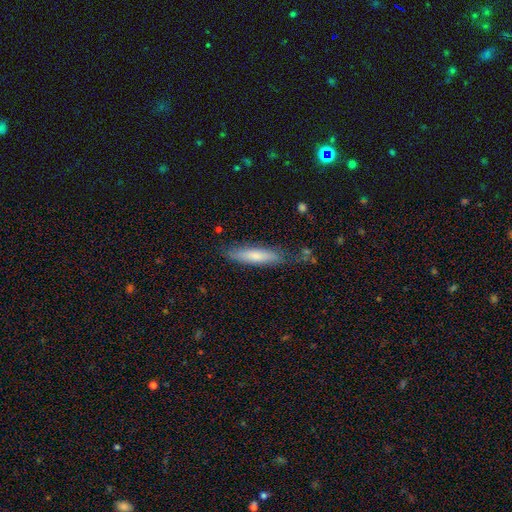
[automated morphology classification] This is likely a smooth galaxy (70%). How rounded: likely cigar-shaped (77%). Merging: likely none (72%).